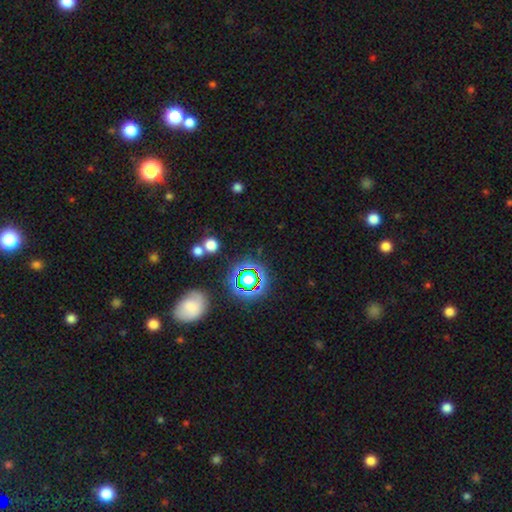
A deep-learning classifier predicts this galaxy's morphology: Overall: star or artifact (70%).